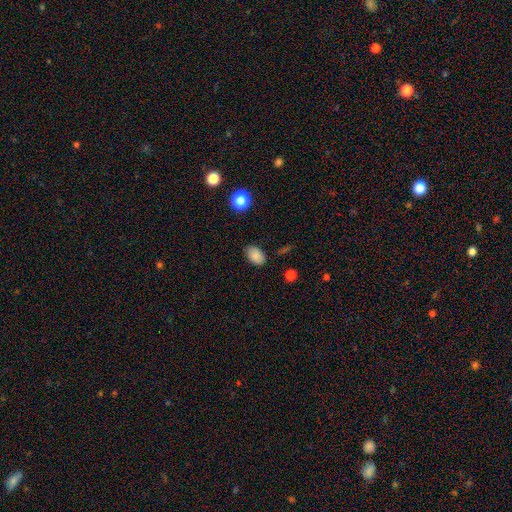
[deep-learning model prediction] smooth_or_featured: smooth (p=0.85) [alt: star or artifact p=0.09]
how_rounded: in between (p=0.88) [alt: round p=0.10]
merging: none (p=0.84) [alt: minor disturbance p=0.12]